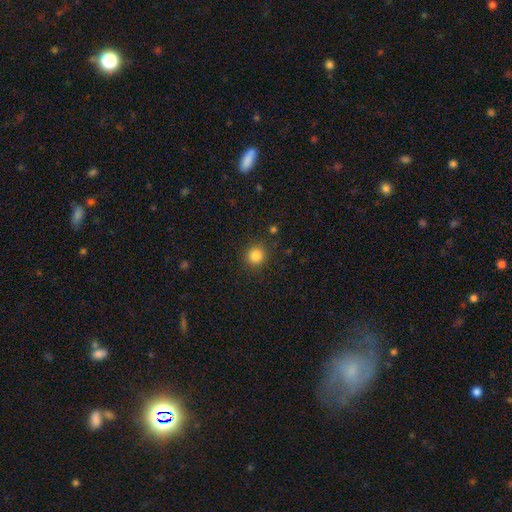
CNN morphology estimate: The model was most divided on "smooth or featured": smooth: 84%, star or artifact: 12%, featured or disk: 5%. More confident: how rounded — round (91%); merging — none (89%).